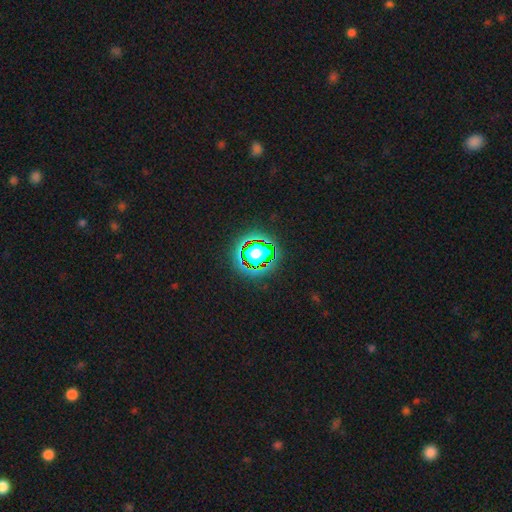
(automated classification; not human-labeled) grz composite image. It shows a star or artifact, not a galaxy (57%).